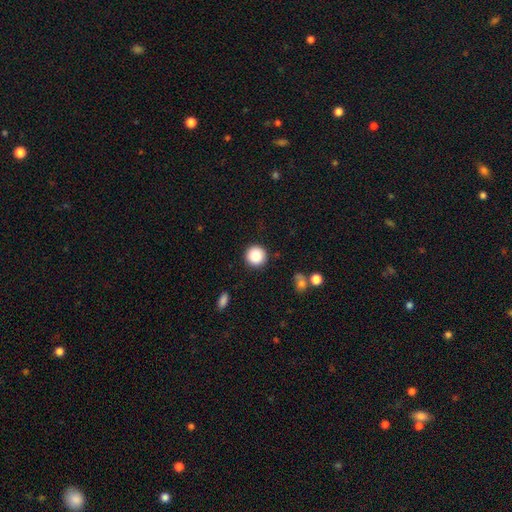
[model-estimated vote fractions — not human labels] Q: Smooth or featured?
A: smooth (88%); runner-up: star or artifact (9%)
Q: How rounded?
A: round (95%); runner-up: in between (4%)
Q: Merging?
A: none (91%); runner-up: minor disturbance (6%)